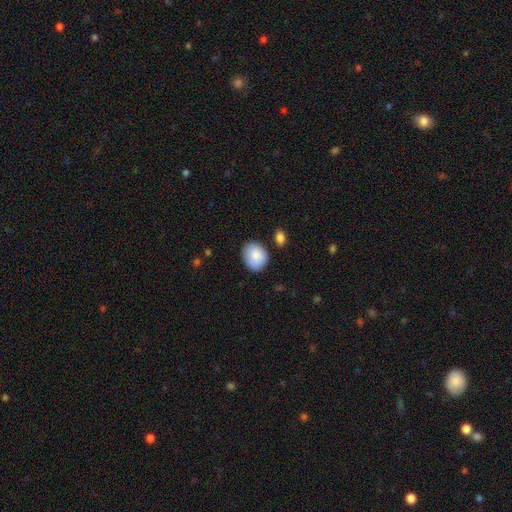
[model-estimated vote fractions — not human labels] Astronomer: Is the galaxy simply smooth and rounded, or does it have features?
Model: smooth — 87%.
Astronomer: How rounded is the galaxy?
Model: in between — 51% (runner-up: round, 48%).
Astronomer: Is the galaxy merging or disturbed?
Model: none — 78%.